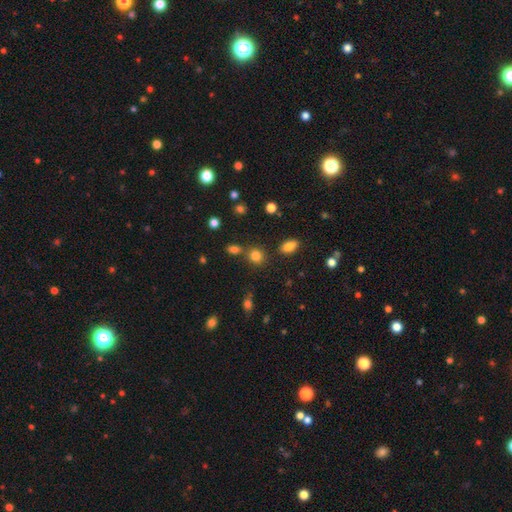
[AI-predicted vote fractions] smooth_or_featured: smooth (p=0.81) [alt: star or artifact p=0.14]
how_rounded: round (p=0.74) [alt: in between p=0.24]
merging: none (p=0.71) [alt: merger p=0.15]